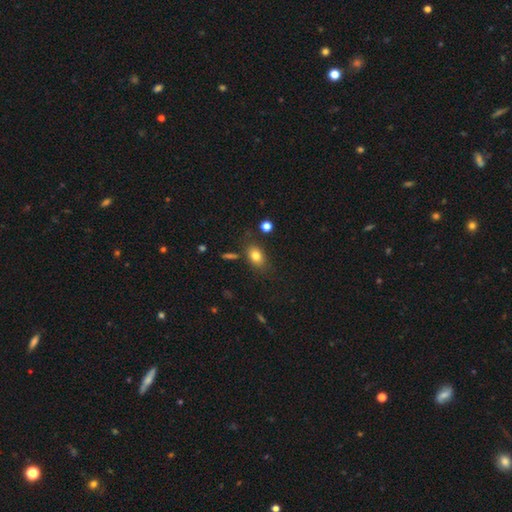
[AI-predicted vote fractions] Q: Smooth or featured?
A: smooth (80%); runner-up: star or artifact (10%)
Q: How rounded?
A: in between (74%); runner-up: round (24%)
Q: Merging?
A: none (76%); runner-up: minor disturbance (15%)